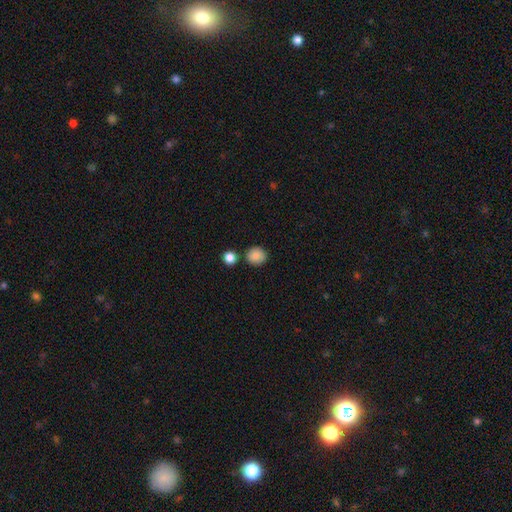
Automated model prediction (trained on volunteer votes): Smooth or featured? Predicted: smooth (p=0.88). How rounded? Predicted: round (p=0.85). Merging? Predicted: none (p=0.81).